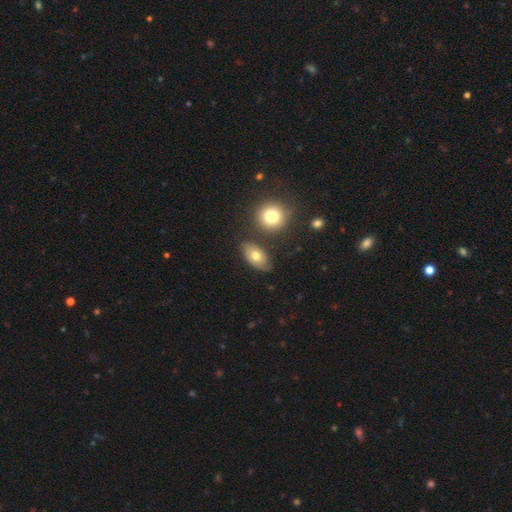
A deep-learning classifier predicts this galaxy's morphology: Smooth or featured: smooth — 69% (featured or disk — 23%)
How rounded: in between — 86% (round — 12%)
Merging: none — 72% (minor disturbance — 15%)